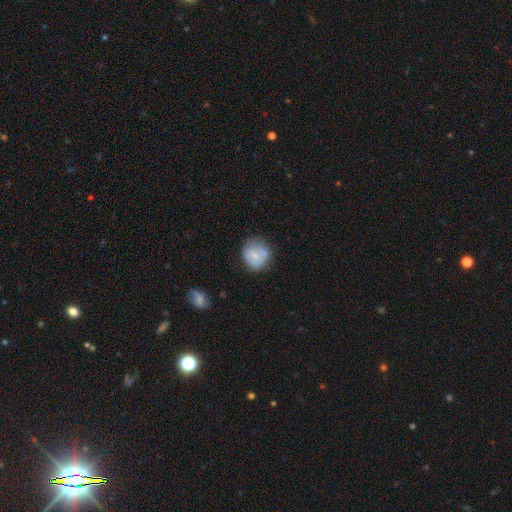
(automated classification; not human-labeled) smooth_or_featured: smooth (p=0.63) [alt: featured or disk p=0.29]
how_rounded: round (p=0.81) [alt: in between p=0.18]
merging: none (p=0.58) [alt: minor disturbance p=0.24]